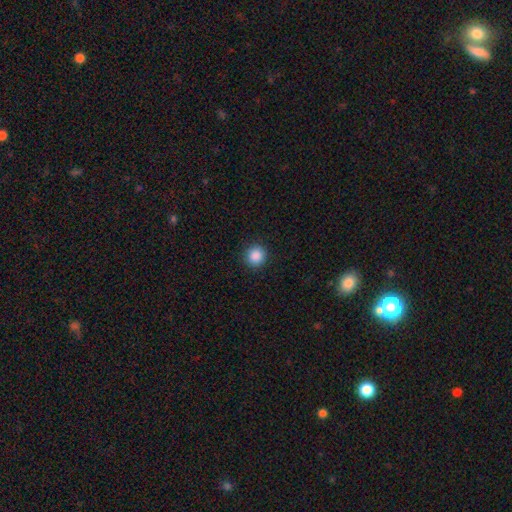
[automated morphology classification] Smooth or featured: smooth — 88% (star or artifact — 10%)
How rounded: round — 93% (in between — 6%)
Merging: none — 91% (minor disturbance — 6%)